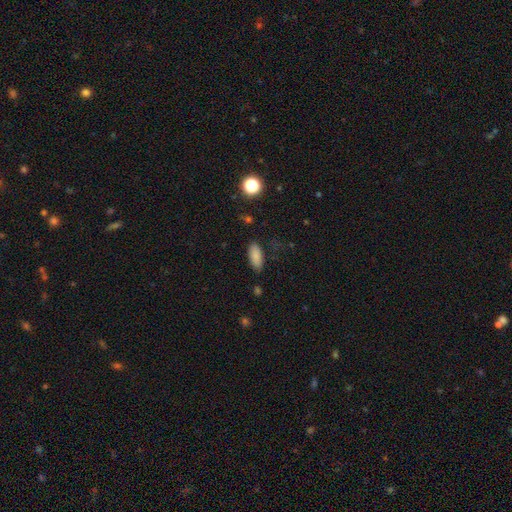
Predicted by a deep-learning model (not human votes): Smooth or featured: smooth — 85% (star or artifact — 9%)
How rounded: in between — 81% (cigar-shaped — 17%)
Merging: none — 83% (minor disturbance — 12%)